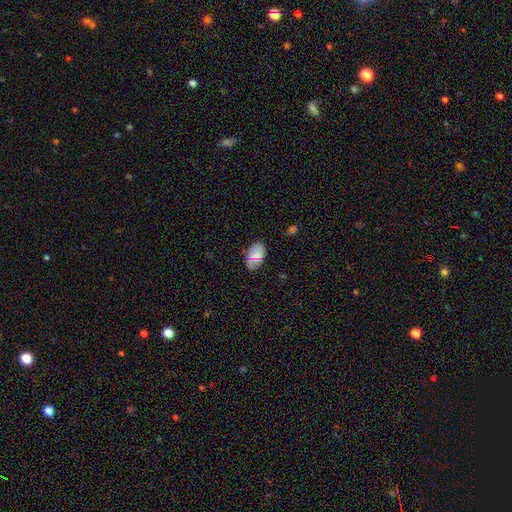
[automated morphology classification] smooth 77%, featured or disk 15%, star or artifact 7%. Down the decision tree: how rounded — in between (94%); merging — none (81%).